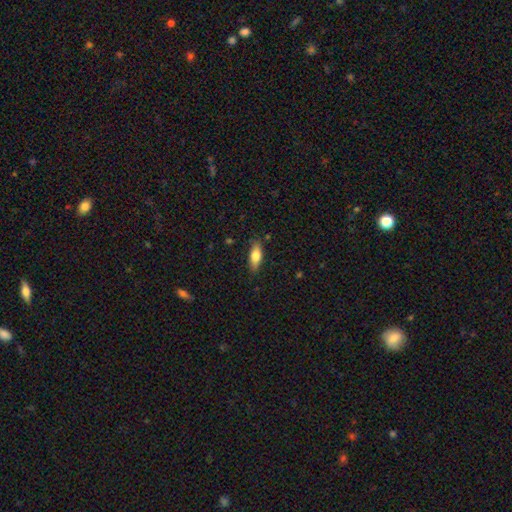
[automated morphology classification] Smooth or featured: smooth — 74% (featured or disk — 19%)
How rounded: in between — 69% (cigar-shaped — 28%)
Merging: none — 83% (minor disturbance — 13%)